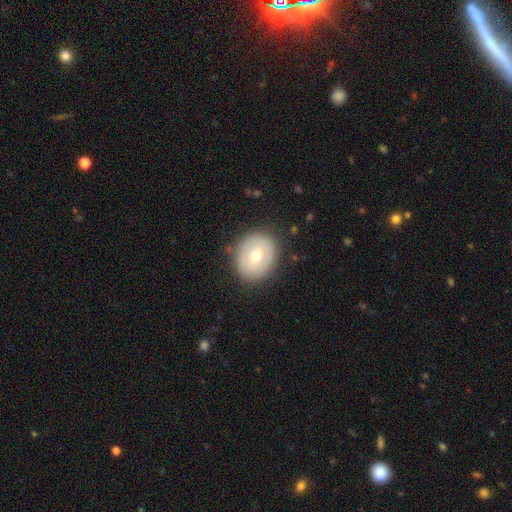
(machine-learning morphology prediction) This is possibly a smooth galaxy (59%). How rounded: possibly round (58%). Merging: clearly none (84%).